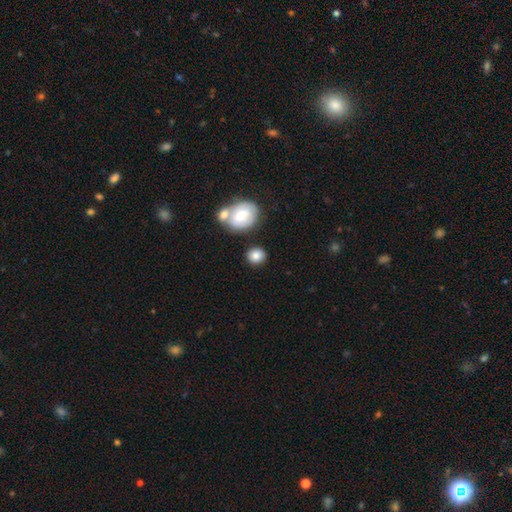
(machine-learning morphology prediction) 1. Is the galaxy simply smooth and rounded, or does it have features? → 82% smooth, 10% featured or disk, 8% star or artifact.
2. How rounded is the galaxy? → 79% round, 20% in between, 1% cigar-shaped.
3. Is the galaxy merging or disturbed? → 77% none, 11% minor disturbance, 9% merger, 3% major disturbance.